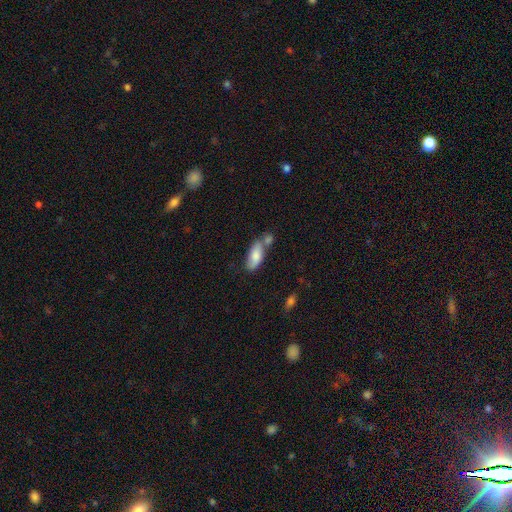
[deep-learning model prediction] Overall: smooth (79%). How rounded: in between (81%). Merging: none (43%; merger 34%).